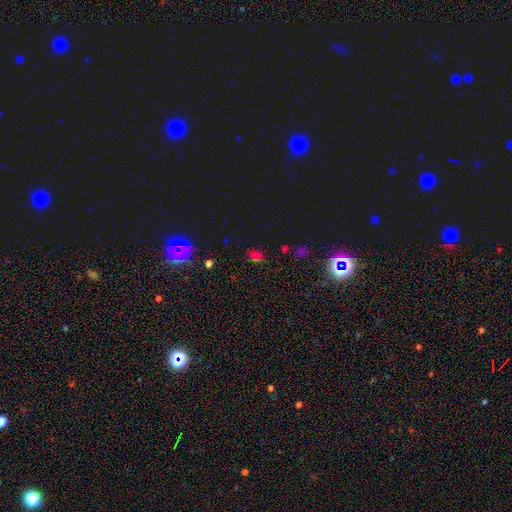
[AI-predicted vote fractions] smooth 50%, star or artifact 43%, featured or disk 7%. Down the decision tree: merging — none (78%).